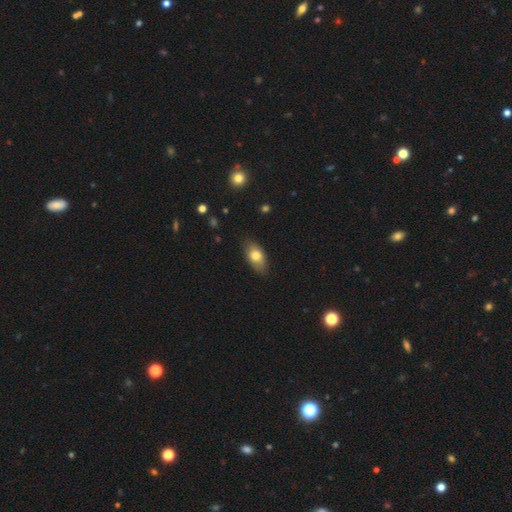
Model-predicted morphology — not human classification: smooth 76%, featured or disk 17%, star or artifact 7%. Down the decision tree: how rounded — in between (88%); merging — none (82%).